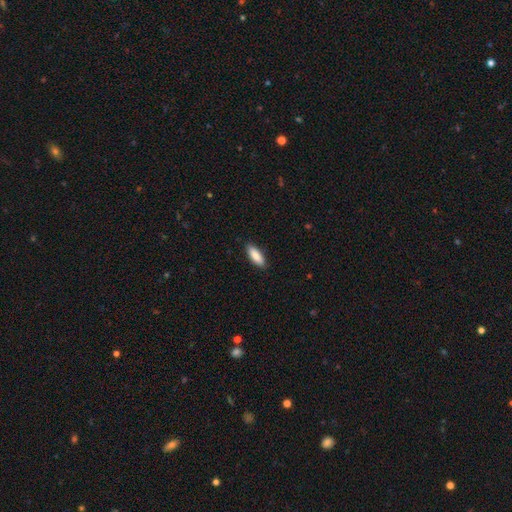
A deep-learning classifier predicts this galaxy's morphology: Smooth or featured? Predicted: smooth (p=0.88). How rounded? Predicted: in between (p=0.65). Merging? Predicted: none (p=0.89).